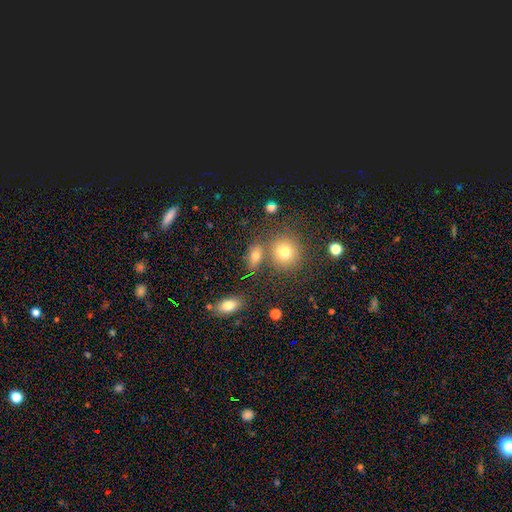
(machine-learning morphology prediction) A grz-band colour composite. It shows a smooth galaxy with no disk features (73%) that is in between round and cigar-shaped (69%). Merging: none (65%).